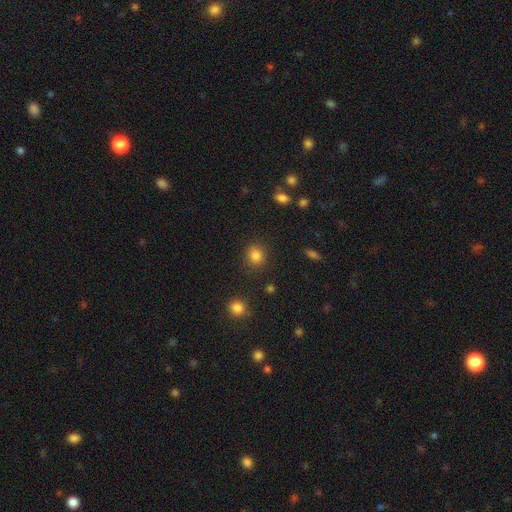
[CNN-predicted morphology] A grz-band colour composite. It shows a smooth galaxy with no disk features (83%) that is round (81%). Merging: none (86%).